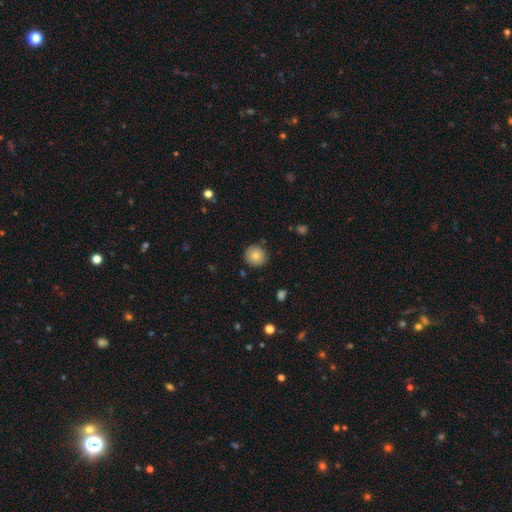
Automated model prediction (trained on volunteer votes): Smooth or featured?
  - smooth: 80% *
  - featured or disk: 10%
  - star or artifact: 9%
How rounded?
  - round: 93% *
  - in between: 6%
  - cigar-shaped: 1%
Merging?
  - none: 88% *
  - minor disturbance: 9%
  - major disturbance: 2%
  - merger: 1%